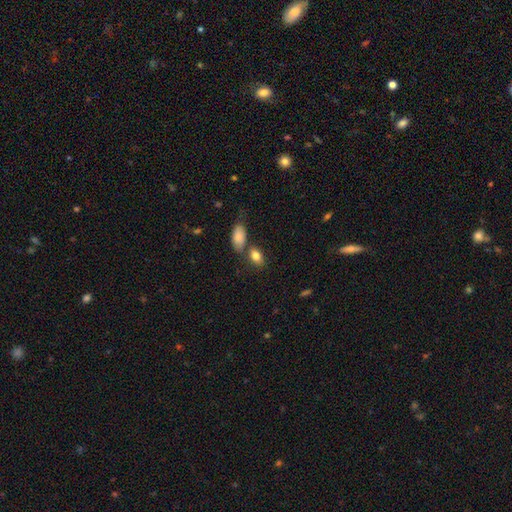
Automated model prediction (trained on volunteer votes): smooth_or_featured: smooth (p=0.82) [alt: featured or disk p=0.10]
how_rounded: in between (p=0.85) [alt: round p=0.12]
merging: none (p=0.60) [alt: merger p=0.22]